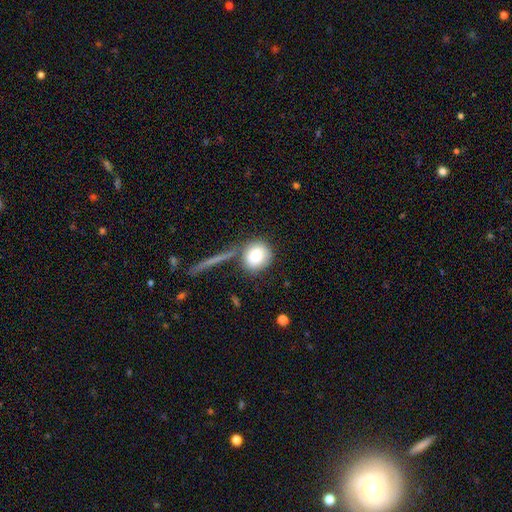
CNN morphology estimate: Smooth or featured? smooth (82%)
How rounded? round (85%)
Merging? none (66%)